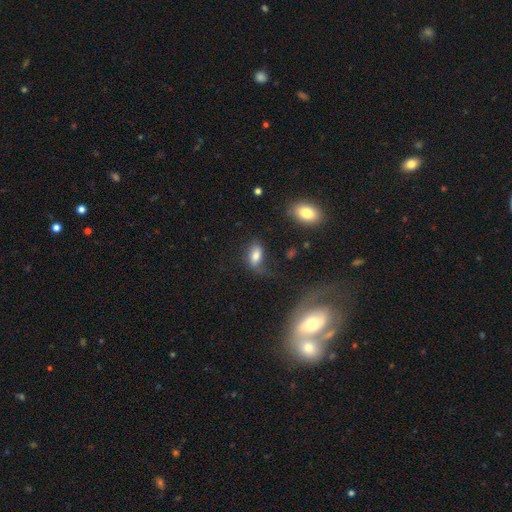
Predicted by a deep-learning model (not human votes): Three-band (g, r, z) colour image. It shows a smooth galaxy with no disk features (71%) that is in between round and cigar-shaped (88%). Merging: none (46%).